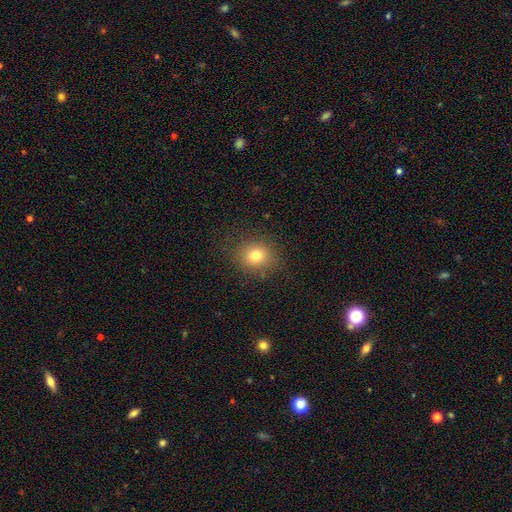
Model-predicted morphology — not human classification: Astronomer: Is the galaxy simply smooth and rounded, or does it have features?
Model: smooth — 76%.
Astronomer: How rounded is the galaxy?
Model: round — 81%.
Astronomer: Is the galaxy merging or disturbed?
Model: none — 86%.